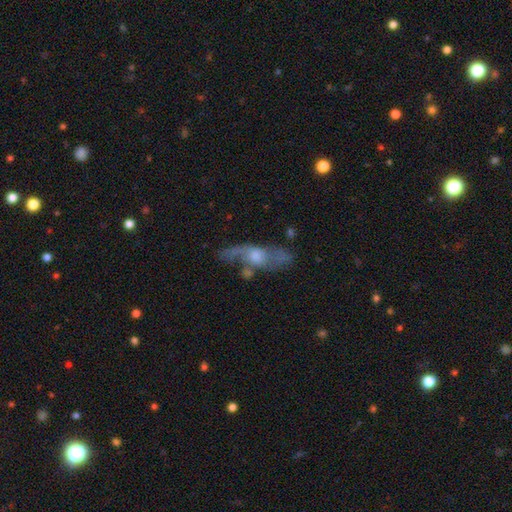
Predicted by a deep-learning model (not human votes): Overall: featured or disk (70%). Edge-on disk: no (61%; yes 39%). Merging: none (63%).